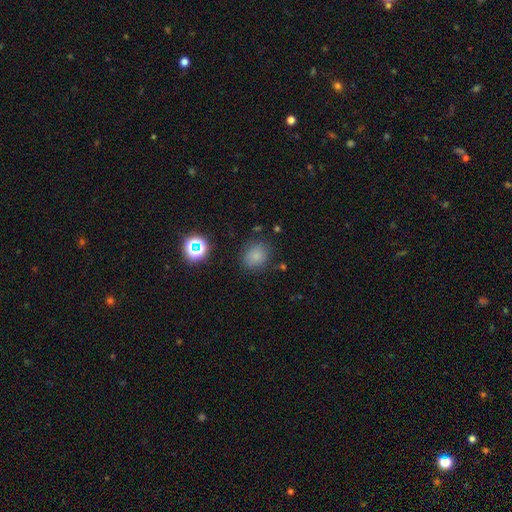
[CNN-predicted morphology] Smooth or featured? smooth (76%)
How rounded? round (69%)
Merging? none (80%)